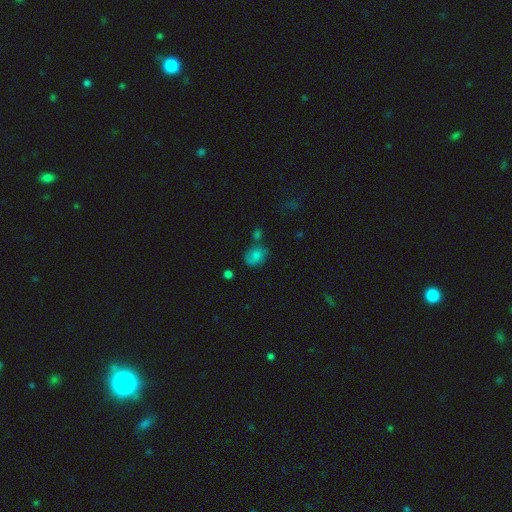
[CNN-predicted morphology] A smooth galaxy with no disk features (71%) that is in between round and cigar-shaped (53%). Merging: none (56%).